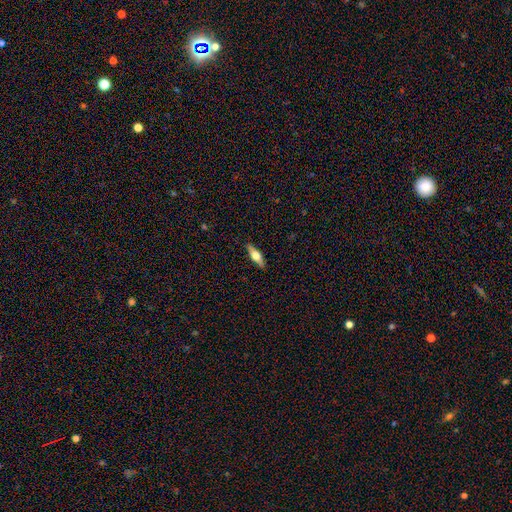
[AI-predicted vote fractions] This appears to be a featured or disk galaxy (53%) viewed edge-on (93%). Merging: none (90%).